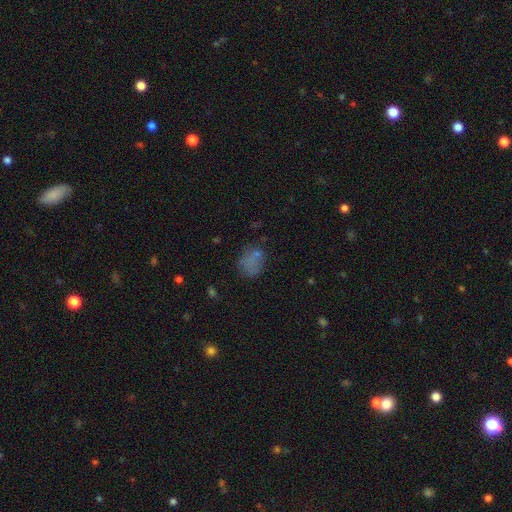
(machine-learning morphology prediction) A smooth galaxy with no disk features (60%) that is in between round and cigar-shaped (51%). Merging: none (58%).